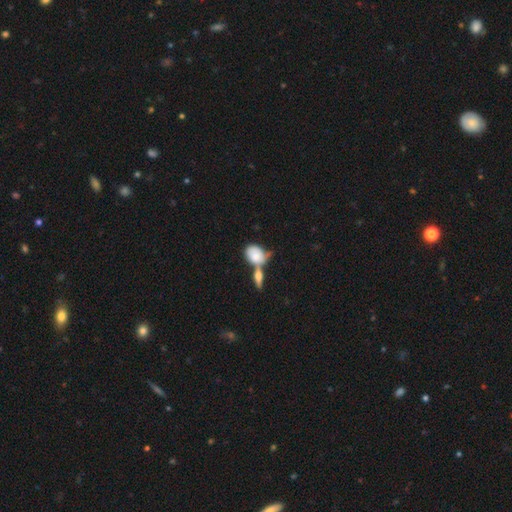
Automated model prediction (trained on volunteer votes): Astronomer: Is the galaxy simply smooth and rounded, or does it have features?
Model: smooth — 74%.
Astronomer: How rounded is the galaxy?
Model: in between — 71%.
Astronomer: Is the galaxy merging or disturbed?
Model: merger — 56%.